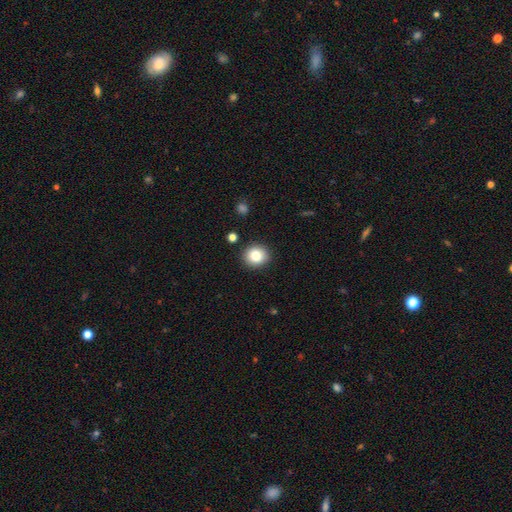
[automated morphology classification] This appears to be a smooth galaxy with no disk features (83%) that is round (81%). Merging: none (89%).